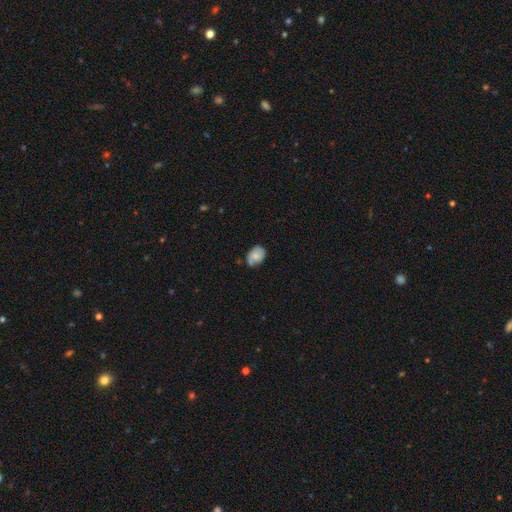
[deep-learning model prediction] A smooth galaxy with no disk features (64%) that is in between round and cigar-shaped (66%).

Vote fractions:
- Smooth or featured? smooth: 64% / featured or disk: 28% / star or artifact: 8%
- How rounded? in between: 66% / round: 33% / cigar-shaped: 1%
- Merging? none: 52% / minor disturbance: 34% / major disturbance: 9% / merger: 5%